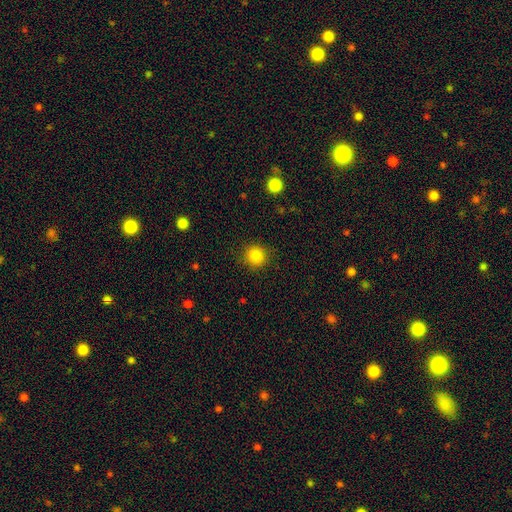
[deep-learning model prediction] The model was most divided on "smooth or featured": smooth: 84%, star or artifact: 11%, featured or disk: 4%. More confident: how rounded — round (91%); merging — none (89%).